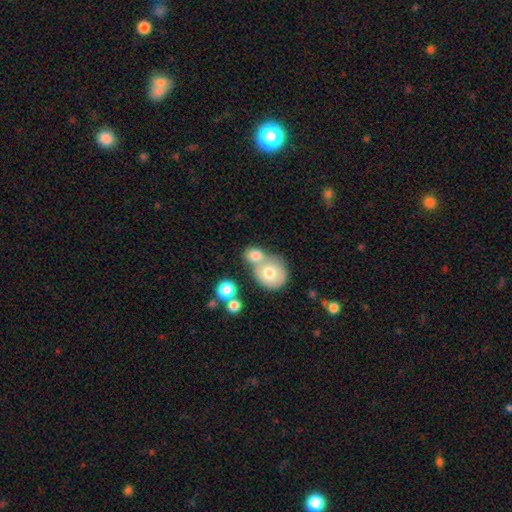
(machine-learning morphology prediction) Q: Smooth or featured?
A: smooth (75%); runner-up: featured or disk (16%)
Q: How rounded?
A: round (63%); runner-up: in between (36%)
Q: Merging?
A: merger (58%); runner-up: none (30%)